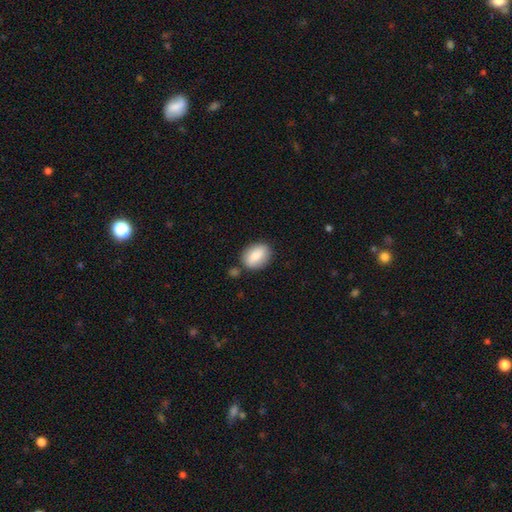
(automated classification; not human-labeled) smooth-or-featured: smooth: 80% | featured or disk: 13% | star or artifact: 7%
  how-rounded: in between: 74% | round: 24% | cigar-shaped: 2%
  merging: none: 77% | minor disturbance: 13% | merger: 7% | major disturbance: 3%